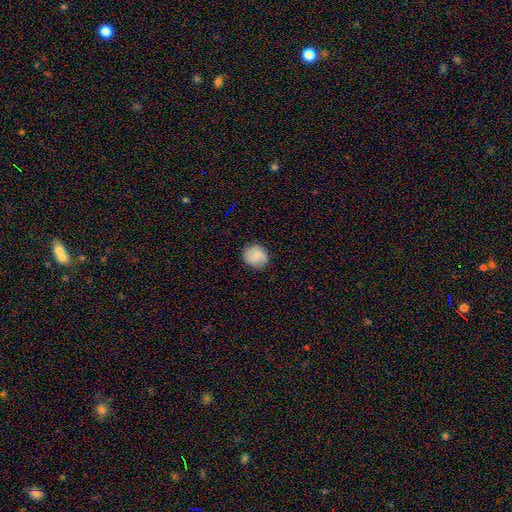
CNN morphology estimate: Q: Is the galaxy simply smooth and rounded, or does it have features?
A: smooth — 77%.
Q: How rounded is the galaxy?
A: round — 86%.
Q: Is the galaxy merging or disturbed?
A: none — 85%.